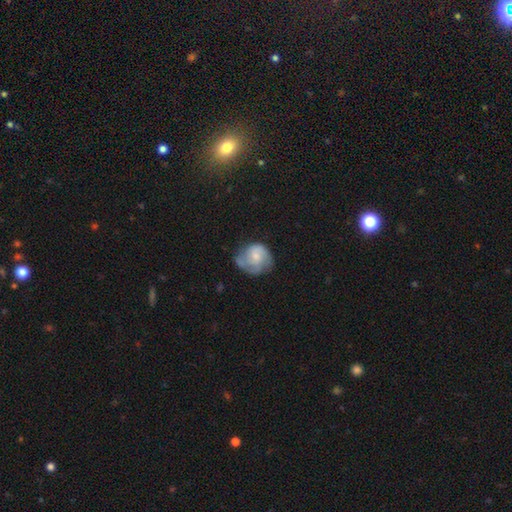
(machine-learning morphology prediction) This appears to be a featured or disk galaxy (63%) with no bar (61%), 2 (58%) medium (44%) spiral arms (88%) and a small central bulge (50%). Merging: none (50%).